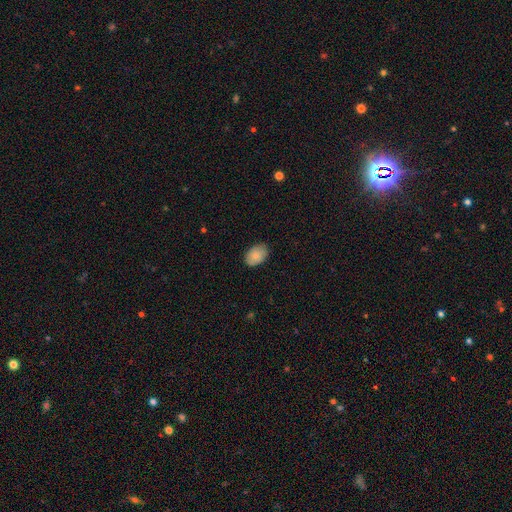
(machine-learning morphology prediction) Smooth or featured? smooth (85%)
How rounded? in between (84%)
Merging? none (82%)